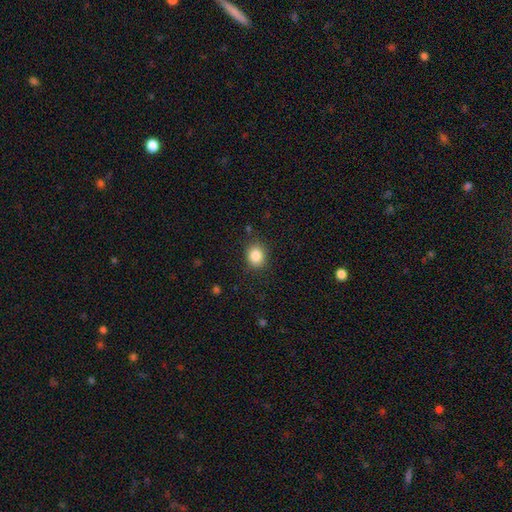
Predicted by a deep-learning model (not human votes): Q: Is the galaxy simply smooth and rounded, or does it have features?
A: smooth — 85%.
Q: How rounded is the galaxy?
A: round — 64%.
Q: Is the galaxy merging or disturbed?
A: none — 86%.